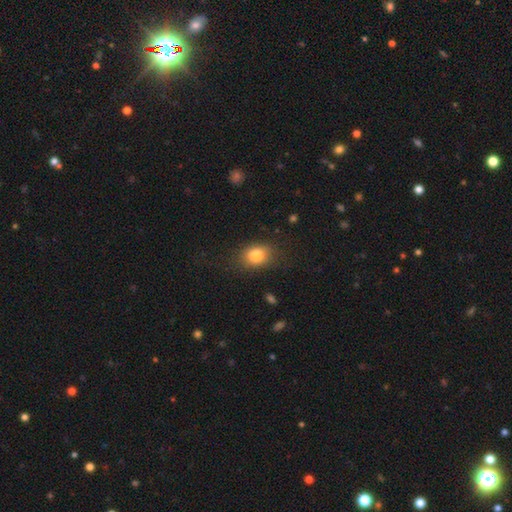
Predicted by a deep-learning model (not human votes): Smooth or featured? smooth (82%)
How rounded? in between (66%)
Merging? none (76%)